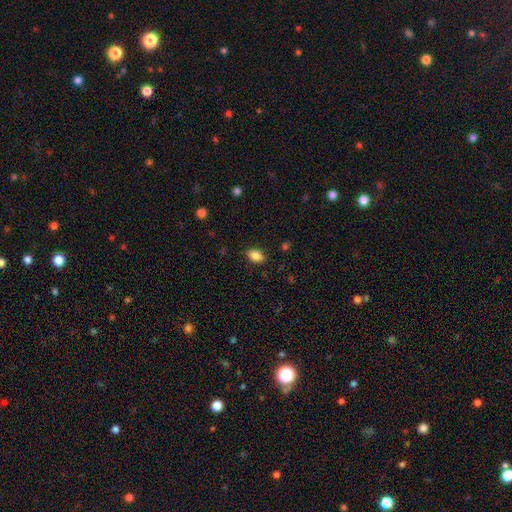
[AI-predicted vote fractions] smooth-or-featured: smooth: 86% | star or artifact: 9% | featured or disk: 5%
  how-rounded: in between: 86% | round: 12% | cigar-shaped: 2%
  merging: none: 87% | minor disturbance: 10% | major disturbance: 2% | merger: 1%